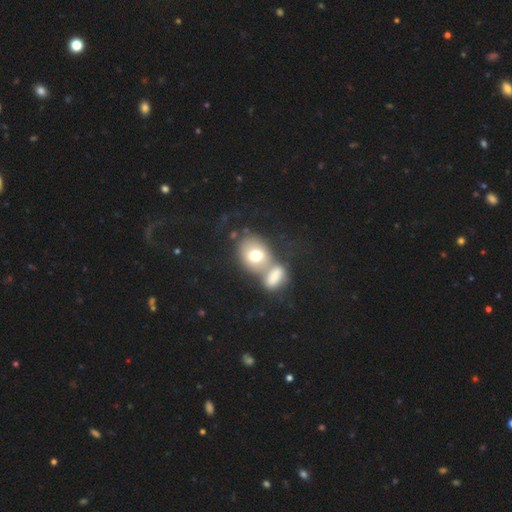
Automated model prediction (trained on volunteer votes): smooth-or-featured: smooth: 69% | featured or disk: 21% | star or artifact: 9%
  how-rounded: in between: 52% | round: 47% | cigar-shaped: 1%
  merging: merger: 52% | none: 32% | minor disturbance: 9% | major disturbance: 6%